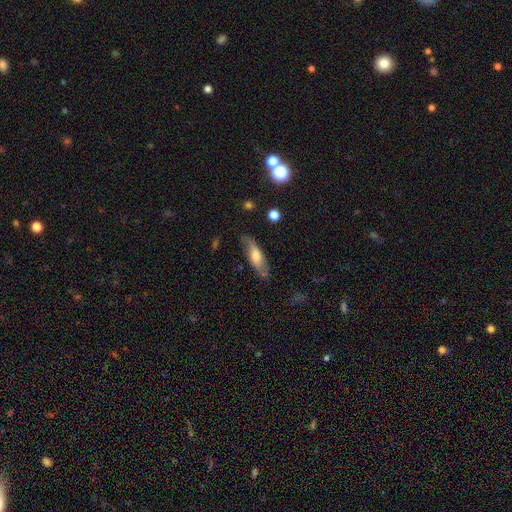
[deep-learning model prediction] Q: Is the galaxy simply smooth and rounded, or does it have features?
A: smooth — 55%.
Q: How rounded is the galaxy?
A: in between — 52%.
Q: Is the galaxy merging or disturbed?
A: none — 68%.